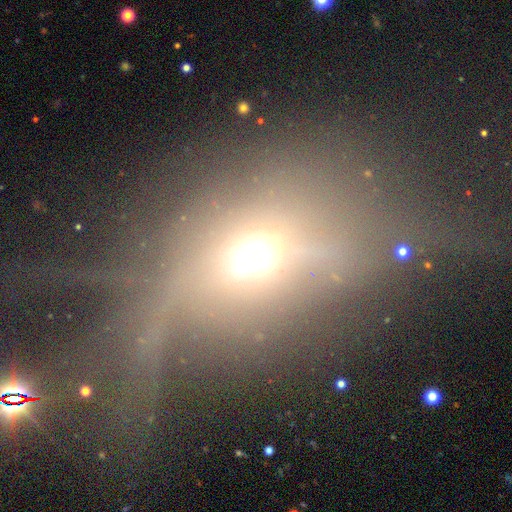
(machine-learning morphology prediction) Smooth or featured?
  - featured or disk: 44% *
  - smooth: 36%
  - star or artifact: 20%
Merging?
  - major disturbance: 47% *
  - none: 28%
  - minor disturbance: 15%
  - merger: 10%